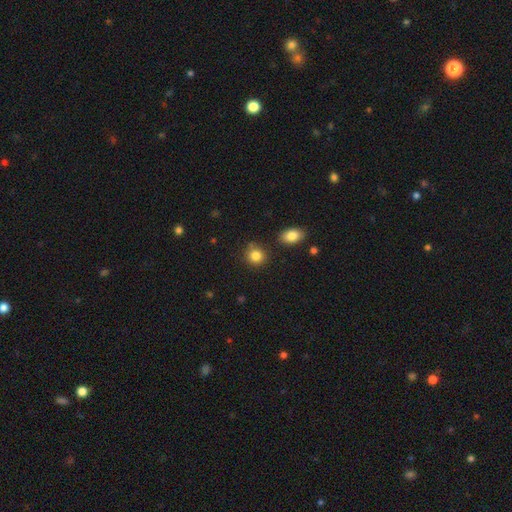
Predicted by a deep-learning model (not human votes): The model was most divided on "merging": none: 80%, minor disturbance: 12%, merger: 5%, major disturbance: 3%. More confident: how rounded — round (85%); smooth or featured — smooth (85%).